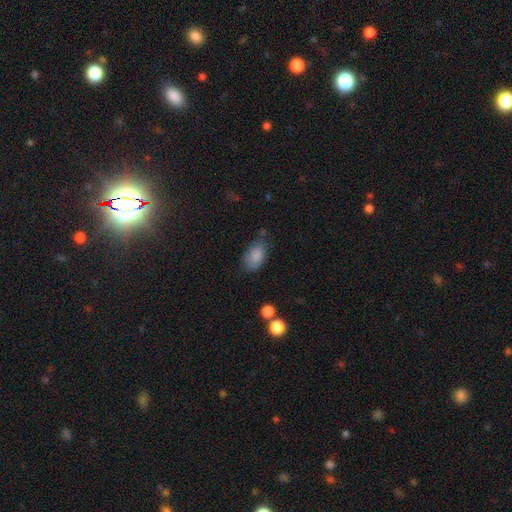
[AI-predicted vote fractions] Morphology: type=smooth (85%); roundness=in between (91%); merging=none (66%).